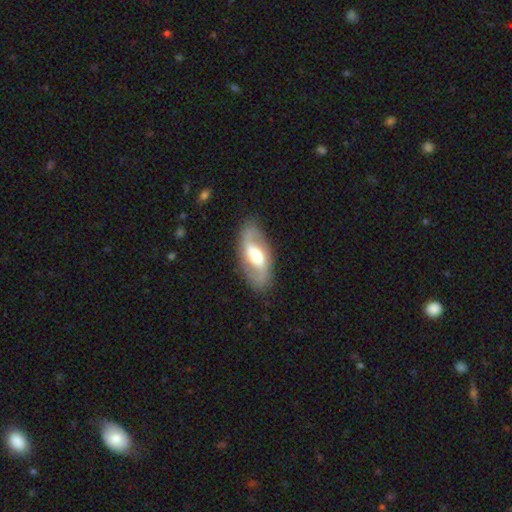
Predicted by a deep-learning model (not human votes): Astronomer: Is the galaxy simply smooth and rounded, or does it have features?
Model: featured or disk — 74%.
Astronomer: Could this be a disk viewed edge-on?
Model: no — 93%.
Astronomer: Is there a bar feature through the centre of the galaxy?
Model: weak — 42% (runner-up: strong, 33%).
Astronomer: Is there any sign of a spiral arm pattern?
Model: yes — 84%.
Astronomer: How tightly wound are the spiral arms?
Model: loose — 44% (runner-up: medium, 41%).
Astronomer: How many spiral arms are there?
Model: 2 — 90%.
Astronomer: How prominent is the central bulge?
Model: moderate — 56%.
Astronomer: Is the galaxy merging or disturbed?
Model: none — 83%.